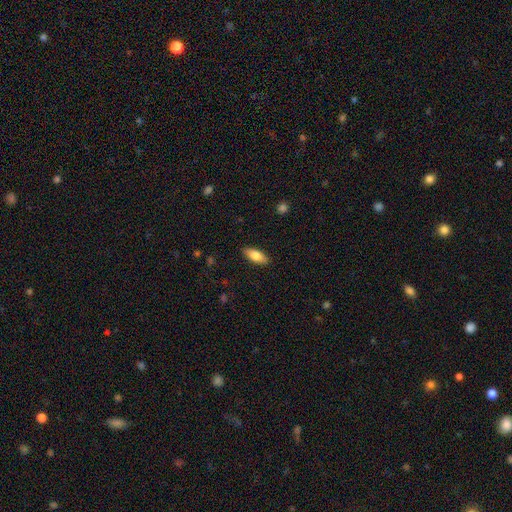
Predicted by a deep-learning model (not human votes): Morphology: type=smooth (78%); roundness=in between (79%); merging=none (89%).